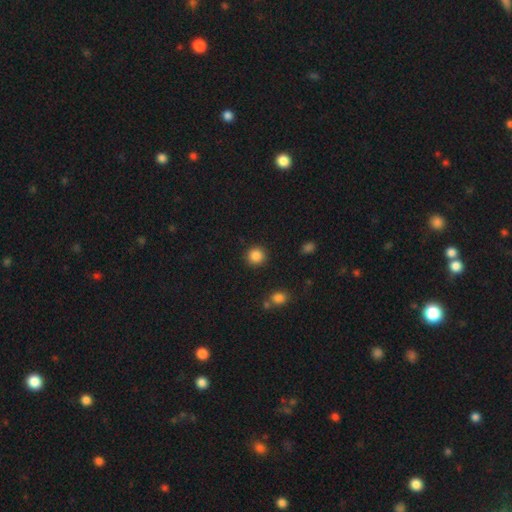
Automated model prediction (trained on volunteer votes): Smooth or featured: smooth — 86% (star or artifact — 10%)
How rounded: round — 93% (in between — 6%)
Merging: none — 90% (minor disturbance — 6%)